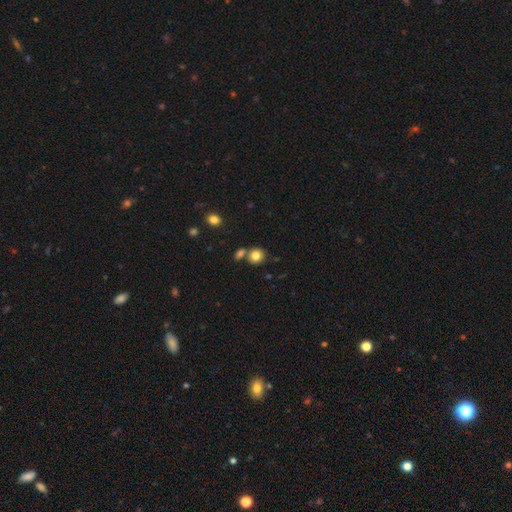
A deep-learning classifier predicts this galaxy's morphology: A smooth galaxy with no disk features (81%) that is round (78%).

Vote fractions:
- Smooth or featured? smooth: 81% / star or artifact: 10% / featured or disk: 8%
- How rounded? round: 78% / in between: 21% / cigar-shaped: 1%
- Merging? none: 64% / merger: 23% / minor disturbance: 10% / major disturbance: 3%